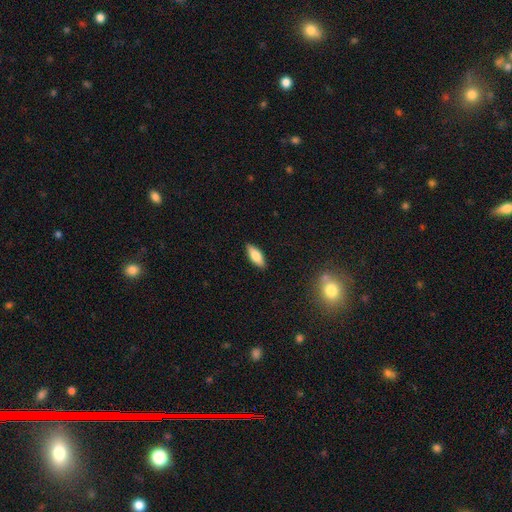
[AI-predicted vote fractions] Overall: smooth (78%). How rounded: in between (74%). Merging: none (88%).